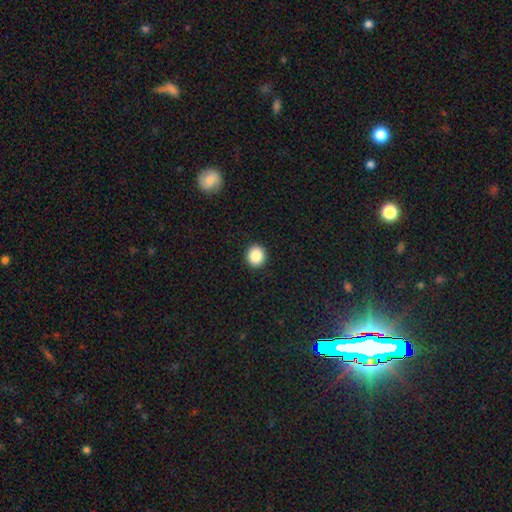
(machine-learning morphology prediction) smooth-or-featured: smooth: 88% | star or artifact: 9% | featured or disk: 3%
  how-rounded: round: 88% | in between: 11% | cigar-shaped: 1%
  merging: none: 93% | minor disturbance: 5% | major disturbance: 2% | merger: 1%